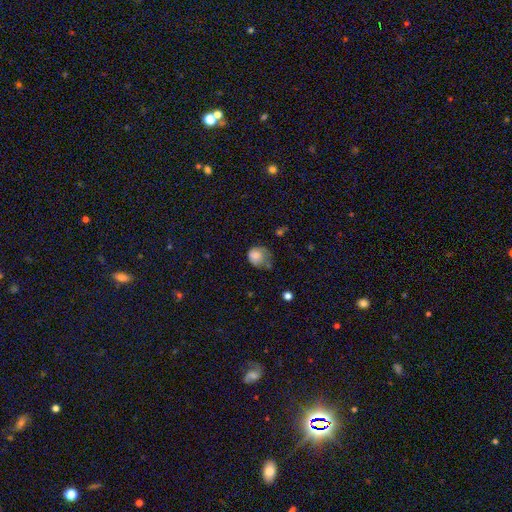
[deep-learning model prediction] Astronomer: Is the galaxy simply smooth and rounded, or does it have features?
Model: smooth — 75%.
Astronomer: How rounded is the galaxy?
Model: round — 69%.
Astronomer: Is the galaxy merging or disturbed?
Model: minor disturbance — 37% (runner-up: none, 33%).